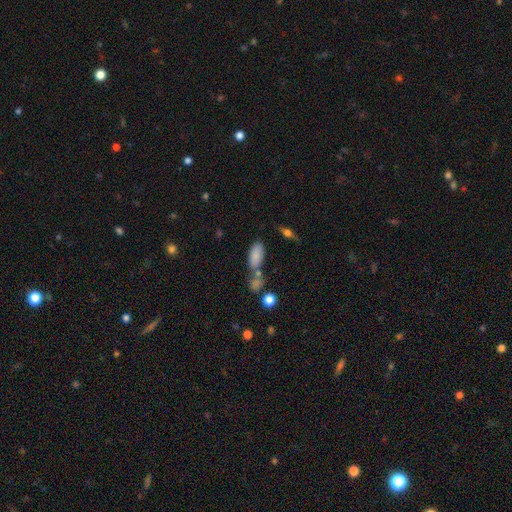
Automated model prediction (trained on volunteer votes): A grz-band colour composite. It shows a smooth galaxy with no disk features (82%) that is in between round and cigar-shaped (85%). Merging: none (52%).